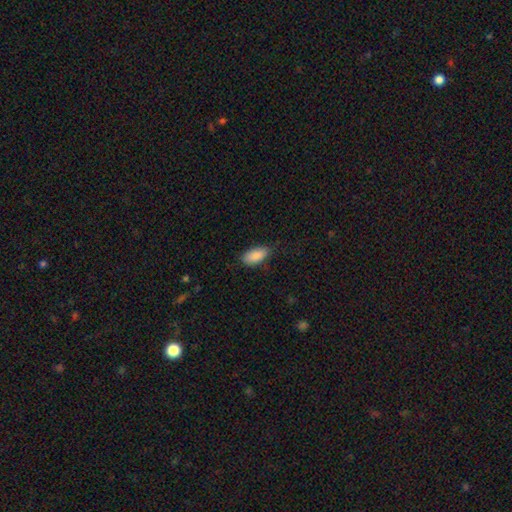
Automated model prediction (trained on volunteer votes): Smooth or featured: smooth — 89% (star or artifact — 7%)
How rounded: in between — 92% (cigar-shaped — 6%)
Merging: none — 79% (minor disturbance — 17%)